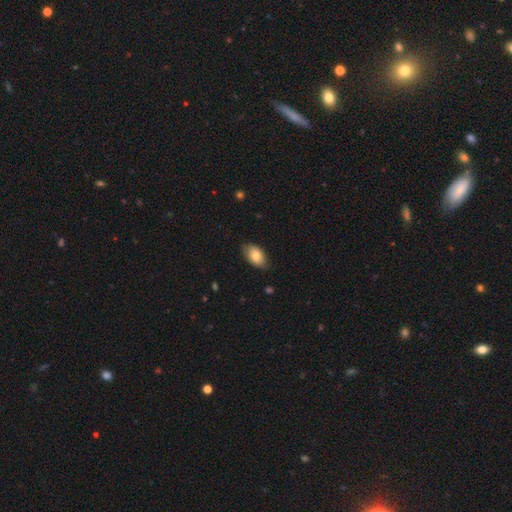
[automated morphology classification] type=smooth (81%); roundness=in between (93%); merging=none (80%).